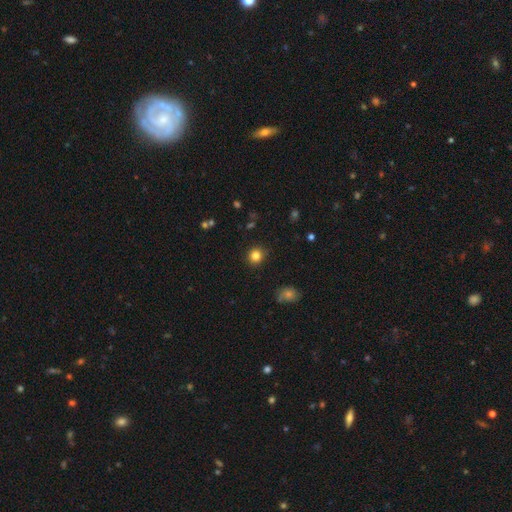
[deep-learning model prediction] Smooth or featured?
  - smooth: 83% *
  - star or artifact: 12%
  - featured or disk: 5%
How rounded?
  - round: 89% *
  - in between: 10%
  - cigar-shaped: 1%
Merging?
  - none: 90% *
  - minor disturbance: 7%
  - major disturbance: 2%
  - merger: 1%